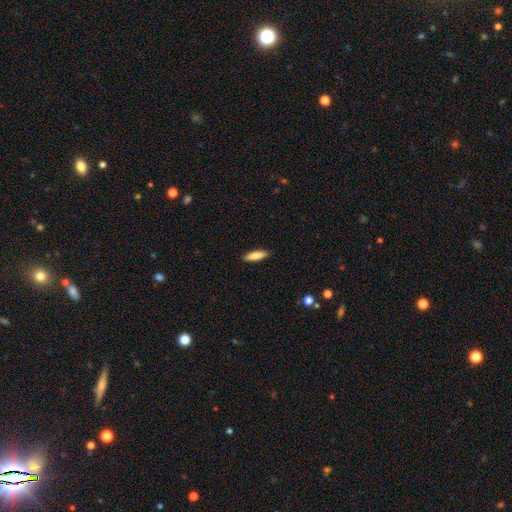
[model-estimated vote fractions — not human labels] The model was most divided on "how rounded": cigar-shaped: 67%, in between: 32%, round: 2%. More confident: merging — none (90%); smooth or featured — smooth (81%).